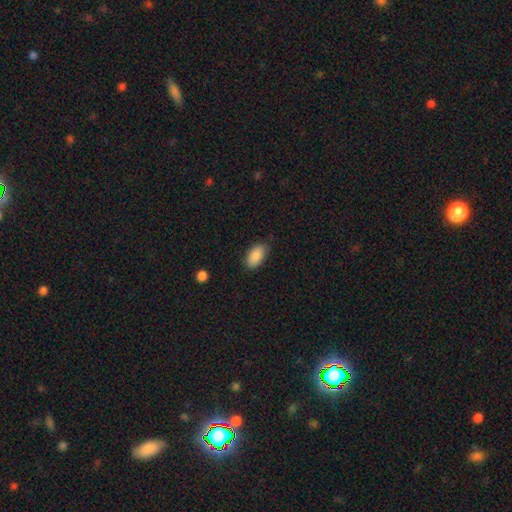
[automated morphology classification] smooth-or-featured: smooth: 88% | star or artifact: 7% | featured or disk: 5%
  how-rounded: in between: 94% | round: 4% | cigar-shaped: 3%
  merging: none: 79% | minor disturbance: 17% | major disturbance: 3% | merger: 1%